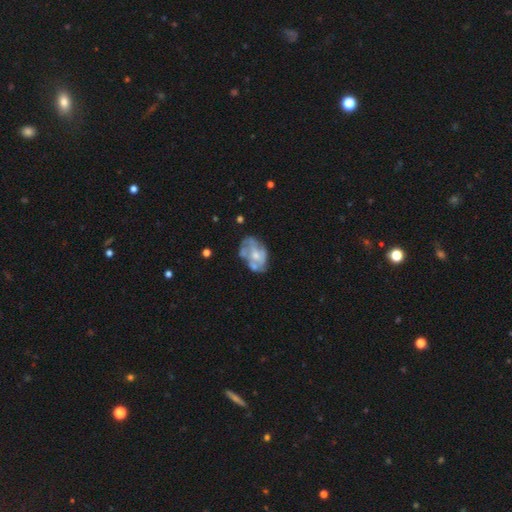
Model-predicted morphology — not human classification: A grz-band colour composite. It shows a featured or disk galaxy (68%) with no bar (77%), no spiral arms (51%) and a moderate central bulge (50%). Merging: none (49%).